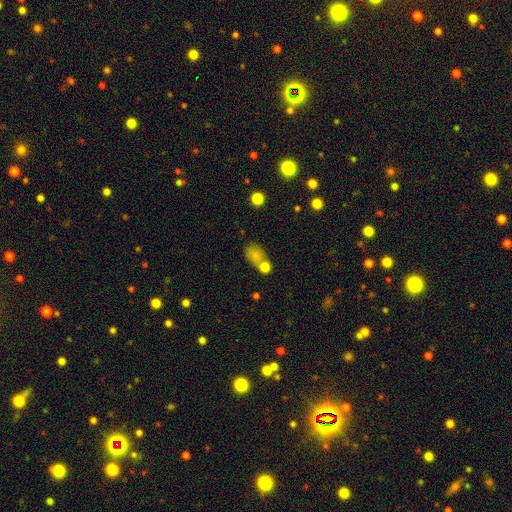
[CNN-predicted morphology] smooth_or_featured: smooth (p=0.76) [alt: star or artifact p=0.13]
how_rounded: in between (p=0.69) [alt: round p=0.28]
merging: none (p=0.41) [alt: merger p=0.34]